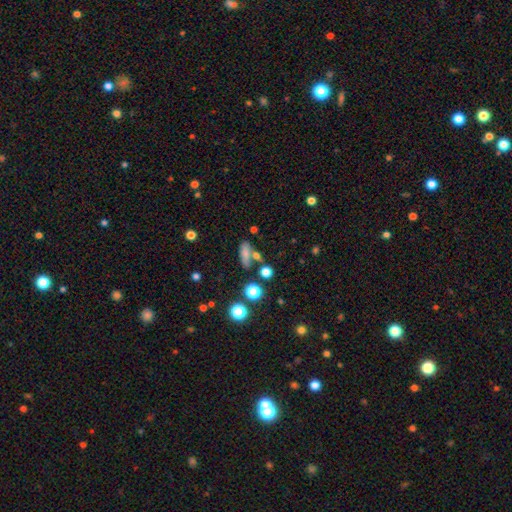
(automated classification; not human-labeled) This appears to be a smooth galaxy with no disk features (72%) that is in between round and cigar-shaped (57%). Merging: none (56%).